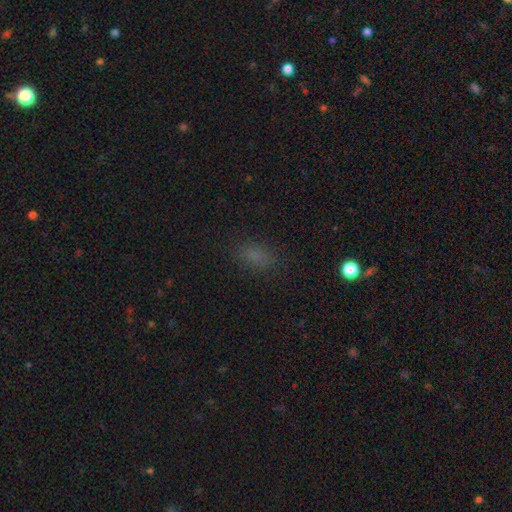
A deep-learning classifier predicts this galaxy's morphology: type=smooth (75%); roundness=in between (84%); merging=none (82%).